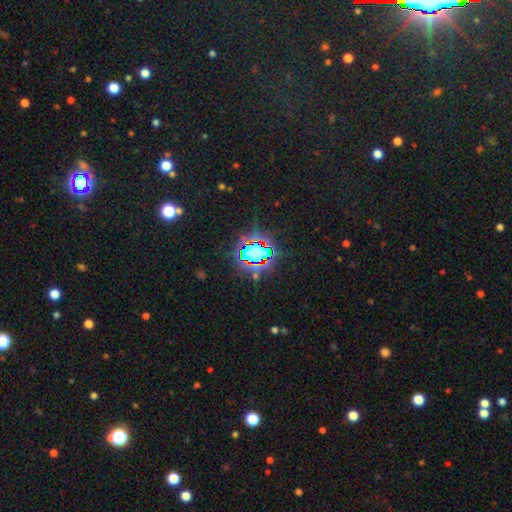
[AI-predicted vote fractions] A star or artifact, not a galaxy (80%).